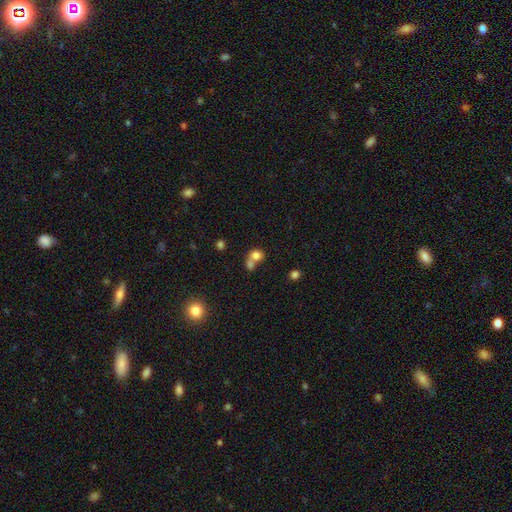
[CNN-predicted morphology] A smooth galaxy with no disk features (76%) that is round (65%).

Vote fractions:
- Smooth or featured? smooth: 76% / featured or disk: 13% / star or artifact: 11%
- How rounded? round: 65% / in between: 34% / cigar-shaped: 1%
- Merging? merger: 61% / none: 27% / minor disturbance: 7% / major disturbance: 5%